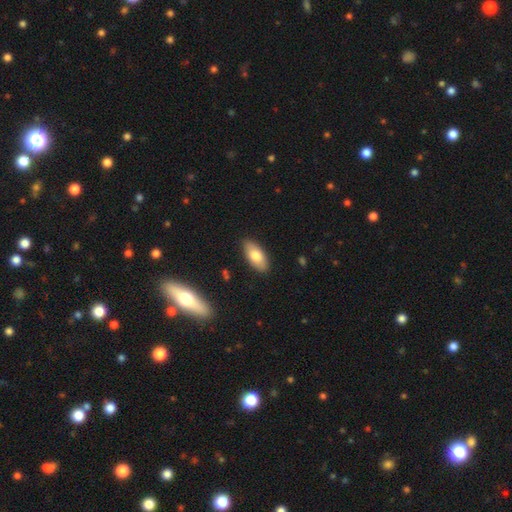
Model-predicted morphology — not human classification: Q: Smooth or featured?
A: smooth (77%); runner-up: featured or disk (17%)
Q: How rounded?
A: in between (91%); runner-up: cigar-shaped (7%)
Q: Merging?
A: none (88%); runner-up: minor disturbance (9%)